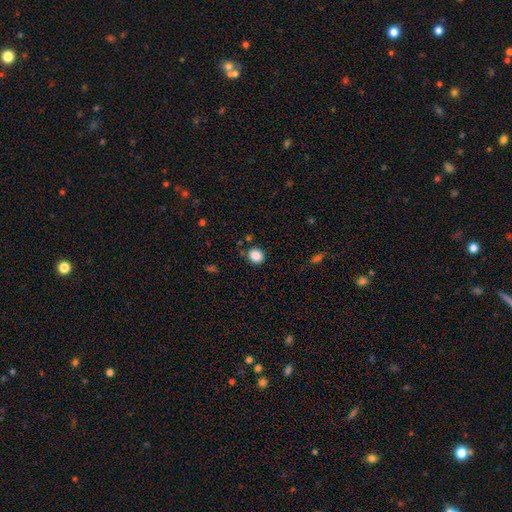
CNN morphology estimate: This appears to be a smooth galaxy with no disk features (88%) that is round (69%). Merging: none (84%).